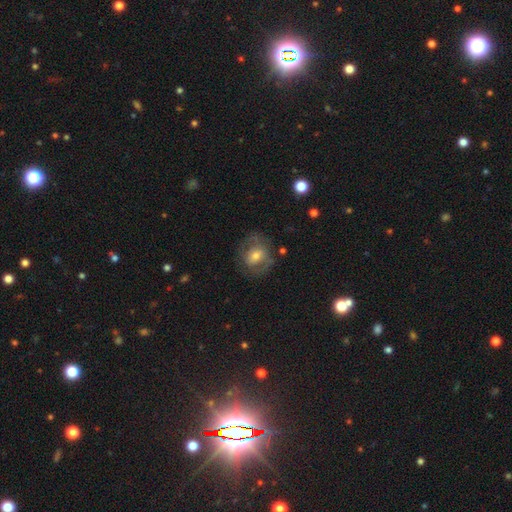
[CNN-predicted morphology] Q: Smooth or featured?
A: featured or disk (48%); runner-up: smooth (44%)
Q: Merging?
A: none (67%); runner-up: minor disturbance (18%)